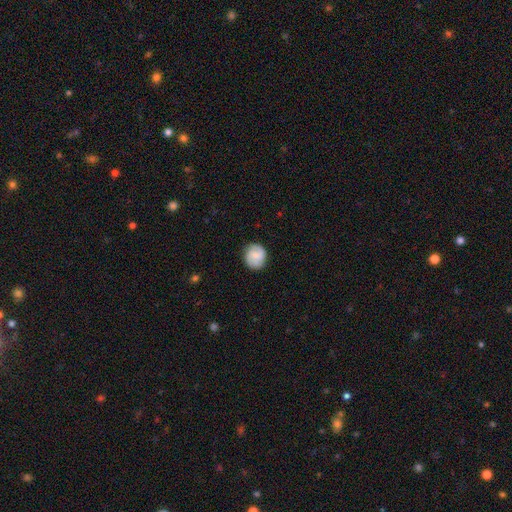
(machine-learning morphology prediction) smooth-or-featured: featured or disk: 47% | smooth: 46% | star or artifact: 7%
  merging: none: 85% | minor disturbance: 11% | major disturbance: 3% | merger: 1%